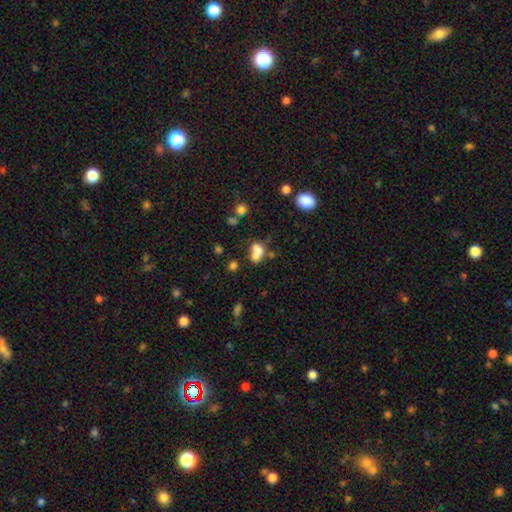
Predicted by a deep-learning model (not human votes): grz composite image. It shows a smooth galaxy with no disk features (72%) that is in between round and cigar-shaped (68%). Merging: merger (45%).